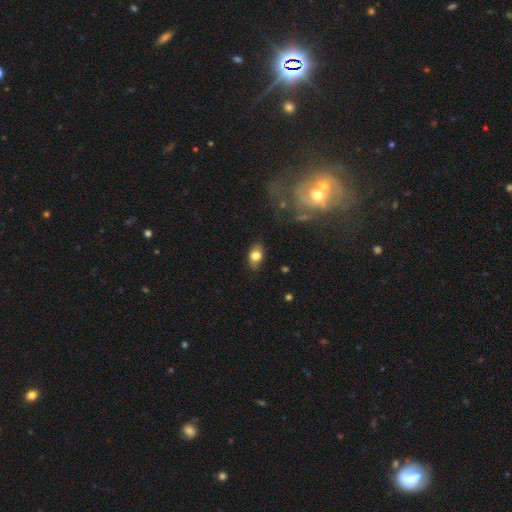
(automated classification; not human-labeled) smooth 74%, featured or disk 18%, star or artifact 8%. Down the decision tree: how rounded — in between (84%); merging — none (81%).